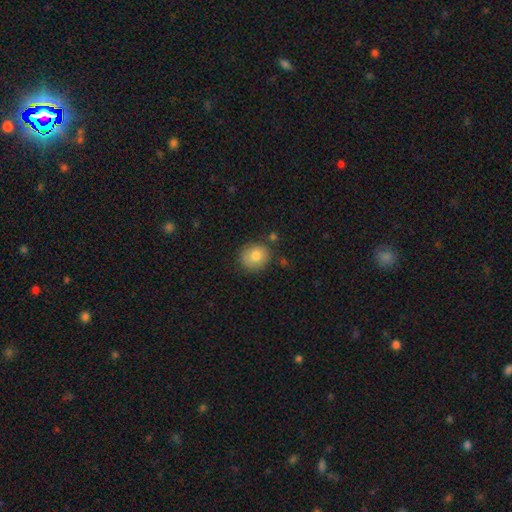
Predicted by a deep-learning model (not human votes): The model was most divided on "how rounded": round: 78%, in between: 21%, cigar-shaped: 1%. More confident: smooth or featured — smooth (80%); merging — none (79%).